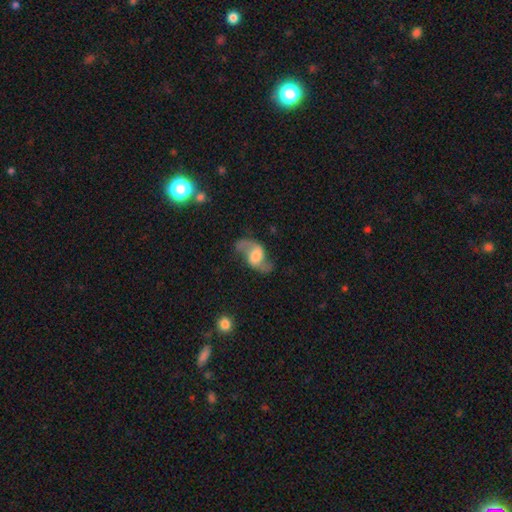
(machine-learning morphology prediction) A featured or disk galaxy (82%) with a weak bar (44%), 2 (93%) loose (75%) spiral arms (94%) and a moderate central bulge (49%).

Vote fractions:
- Smooth or featured? featured or disk: 82% / smooth: 12% / star or artifact: 6%
- Edge-on disk? no: 96% / yes: 4%
- Bar? weak: 44% / no: 40% / strong: 16%
- Spiral arms? yes: 94% / no: 6%
- Spiral winding? loose: 75% / medium: 21% / tight: 4%
- Spiral arm count? 2: 93% / 1: 2% / can't tell: 2% / 3: 1% / 4: 1% / more than 4: 1%
- Bulge size? moderate: 49% / large: 22% / small: 21% / none: 5% / dominant: 3%
- Merging? none: 69% / minor disturbance: 17% / major disturbance: 12% / merger: 2%